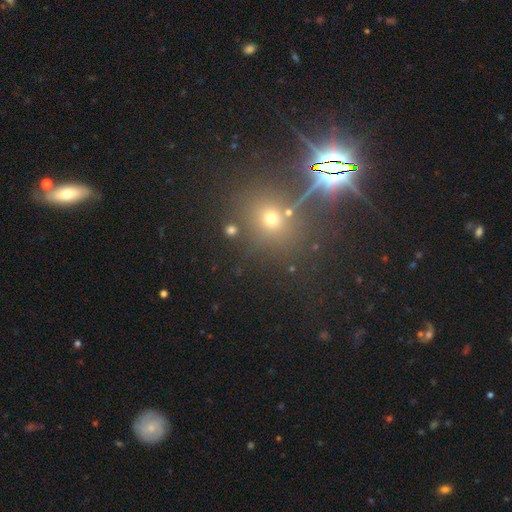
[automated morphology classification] A star or artifact, not a galaxy (57%).